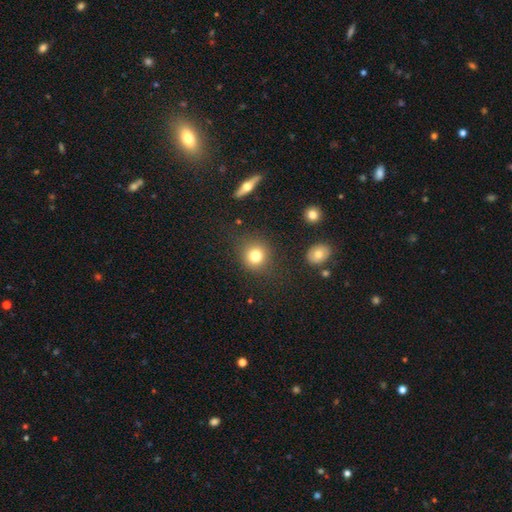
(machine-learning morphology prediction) A smooth galaxy with no disk features (80%) that is round (89%). Merging: none (85%).